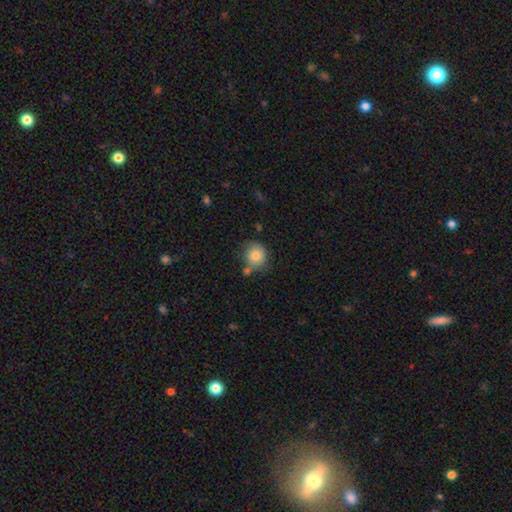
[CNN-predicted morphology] This appears to be a smooth galaxy with no disk features (81%) that is round (82%). Merging: none (57%).